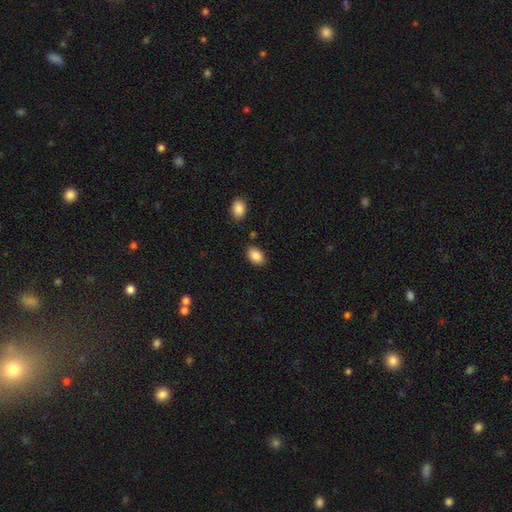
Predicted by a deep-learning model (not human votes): Overall: smooth (87%). How rounded: in between (86%). Merging: none (84%).